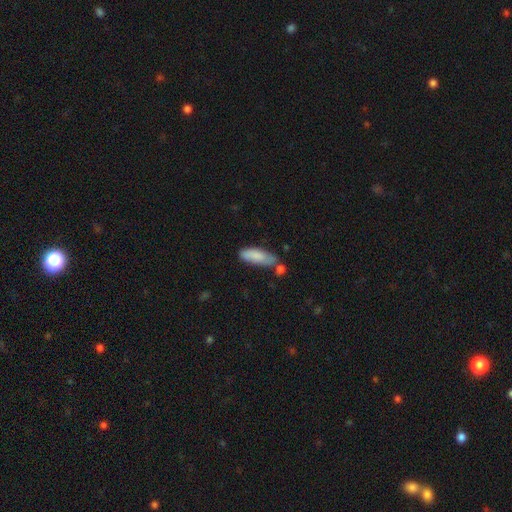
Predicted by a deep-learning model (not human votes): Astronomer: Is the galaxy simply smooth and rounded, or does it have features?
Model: smooth — 83%.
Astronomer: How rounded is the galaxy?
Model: in between — 60% (runner-up: cigar-shaped, 39%).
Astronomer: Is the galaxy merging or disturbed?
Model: none — 56%.